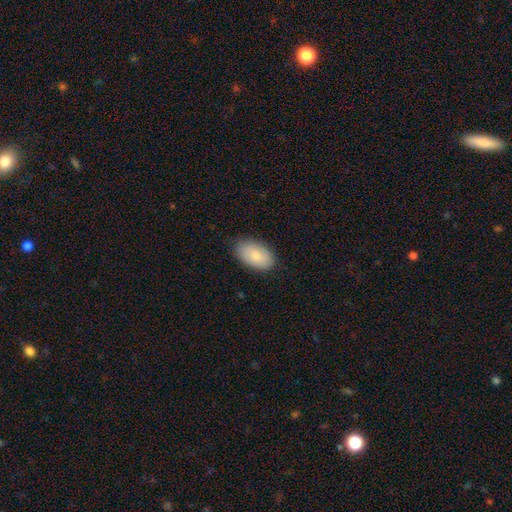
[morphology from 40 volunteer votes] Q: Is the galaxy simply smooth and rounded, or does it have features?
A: smooth — 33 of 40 (82%).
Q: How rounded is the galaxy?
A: in between — 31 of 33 (94%).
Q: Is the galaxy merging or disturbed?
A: none — 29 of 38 (76%).